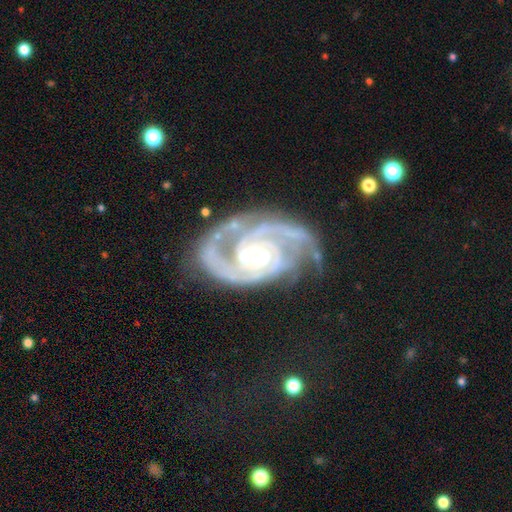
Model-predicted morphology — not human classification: A featured or disk galaxy (93%) with no bar (61%), 2 (49%) tight (61%) spiral arms (99%) and a moderate central bulge (56%). Merging: none (61%).